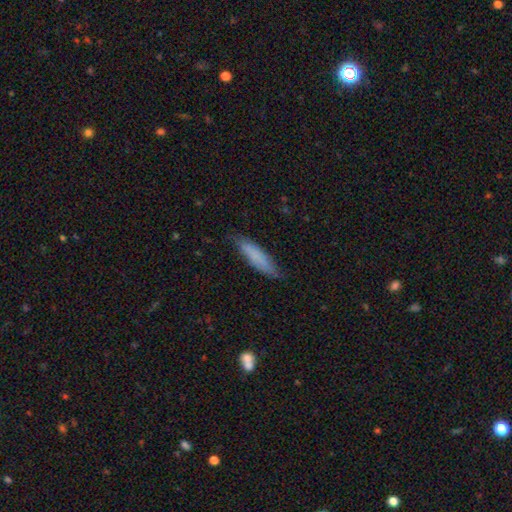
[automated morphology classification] A smooth galaxy with no disk features (77%) that is cigar-shaped (76%). Merging: none (75%).